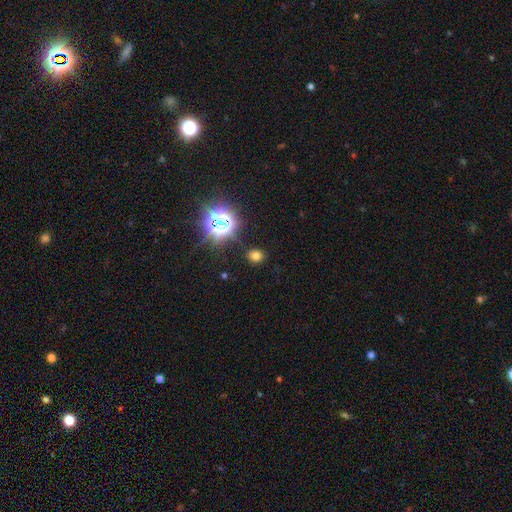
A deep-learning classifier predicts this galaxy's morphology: A smooth galaxy with no disk features (66%) that is round (67%).

Vote fractions:
- Smooth or featured? smooth: 66% / star or artifact: 28% / featured or disk: 6%
- How rounded? round: 67% / in between: 32% / cigar-shaped: 1%
- Merging? none: 86% / minor disturbance: 9% / major disturbance: 3% / merger: 2%